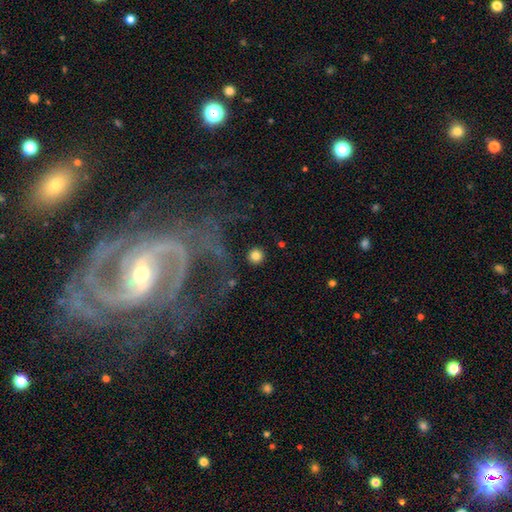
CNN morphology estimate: This appears to be a smooth galaxy with no disk features (81%) that is round (95%). Merging: none (88%).